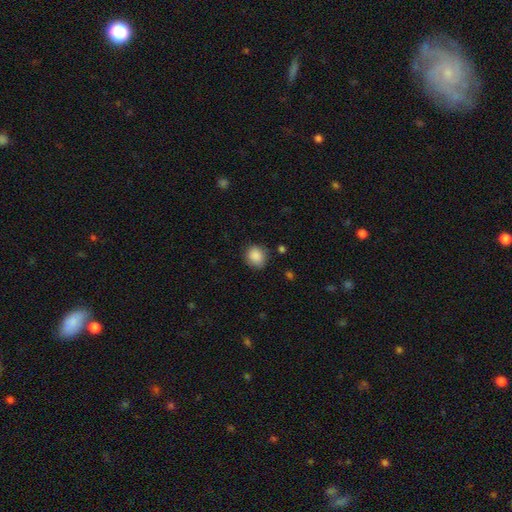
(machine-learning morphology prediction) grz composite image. It shows a smooth galaxy with no disk features (88%) that is round (80%). Merging: none (81%).